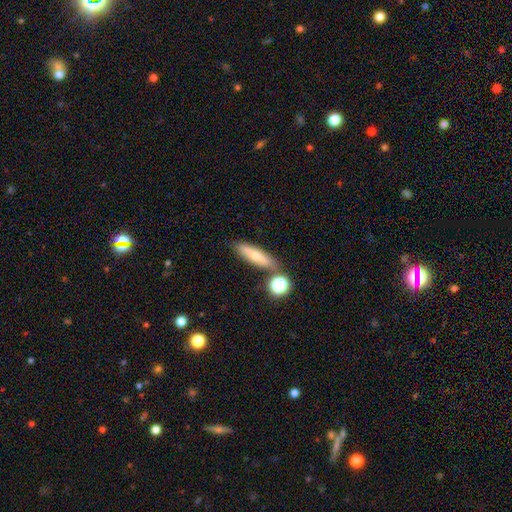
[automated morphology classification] type=smooth (64%); roundness=cigar-shaped (61%); merging=none (71%).